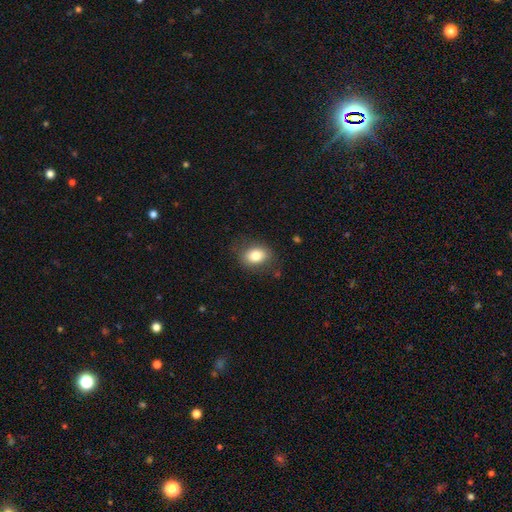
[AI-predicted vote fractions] A smooth galaxy with no disk features (81%) that is in between round and cigar-shaped (68%).

Vote fractions:
- Smooth or featured? smooth: 81% / featured or disk: 10% / star or artifact: 9%
- How rounded? in between: 68% / round: 31% / cigar-shaped: 1%
- Merging? none: 78% / minor disturbance: 16% / major disturbance: 5% / merger: 1%